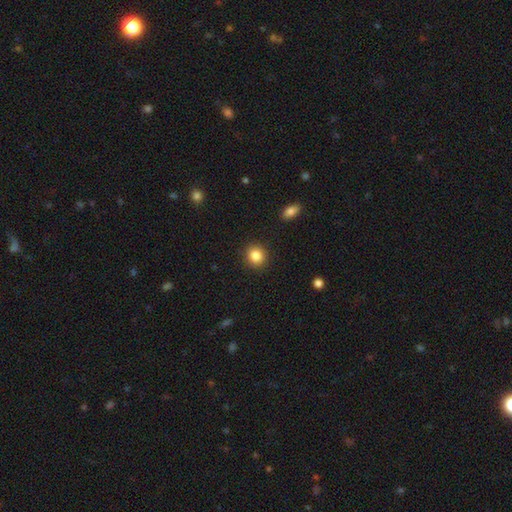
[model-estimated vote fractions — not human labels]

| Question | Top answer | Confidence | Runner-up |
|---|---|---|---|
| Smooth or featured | smooth | 85% | star or artifact (9%) |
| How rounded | round | 86% | in between (13%) |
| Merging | none | 91% | minor disturbance (6%) |